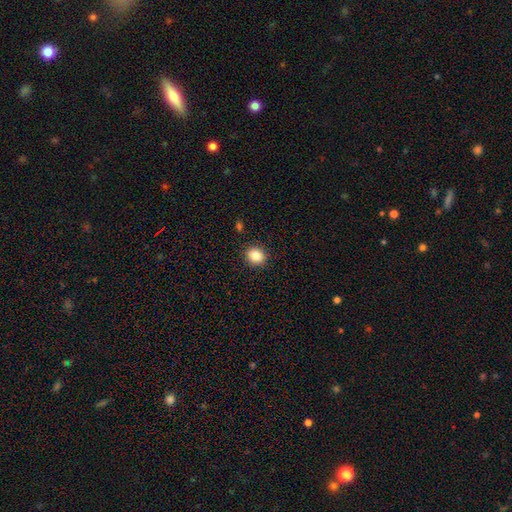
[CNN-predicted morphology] A smooth galaxy with no disk features (85%) that is round (70%). Merging: none (90%).